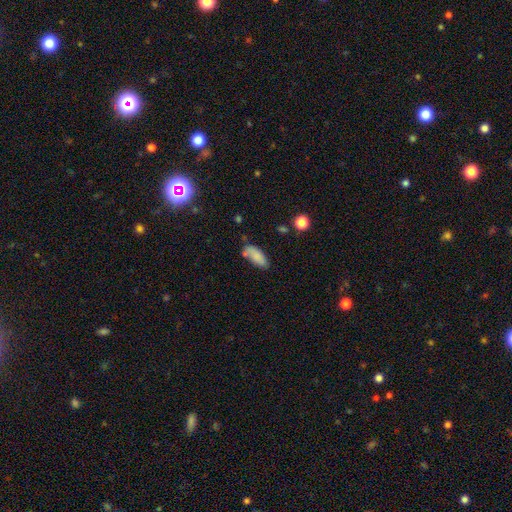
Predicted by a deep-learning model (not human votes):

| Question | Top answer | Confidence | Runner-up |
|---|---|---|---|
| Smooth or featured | smooth | 80% | featured or disk (11%) |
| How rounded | in between | 84% | cigar-shaped (13%) |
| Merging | none | 52% | minor disturbance (28%) |